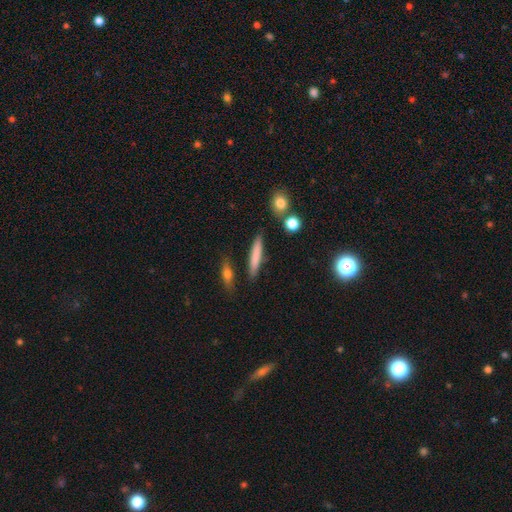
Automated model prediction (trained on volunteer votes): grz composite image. It shows a smooth galaxy with no disk features (77%) that is cigar-shaped (90%). Merging: none (86%).